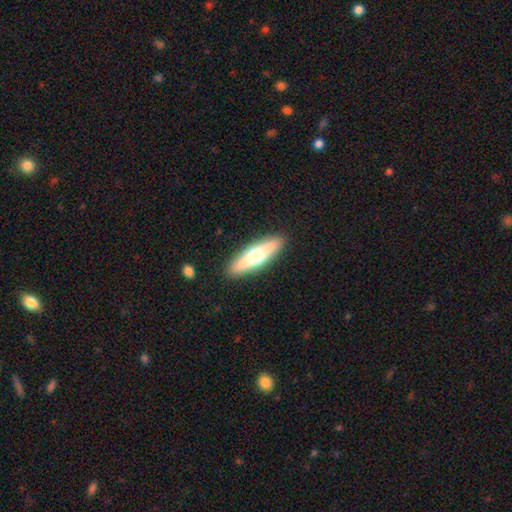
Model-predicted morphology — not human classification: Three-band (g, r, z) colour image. It shows a smooth galaxy with no disk features (50%). Merging: none (90%).